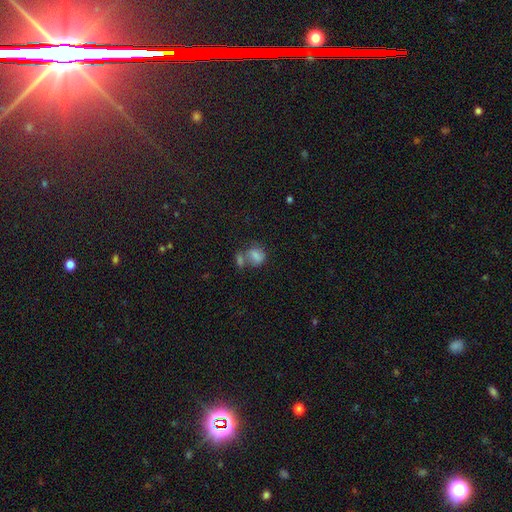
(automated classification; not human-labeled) The model was most divided on "merging": merger: 43%, none: 34%, minor disturbance: 15%, major disturbance: 9%. More confident: smooth or featured — smooth (73%); how rounded — in between (57%).